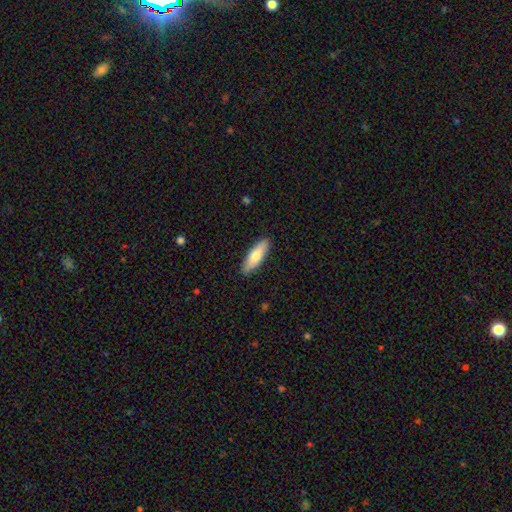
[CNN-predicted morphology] This appears to be a smooth galaxy with no disk features (72%) that is in between round and cigar-shaped (49%, tied with cigar-shaped). Merging: none (90%).